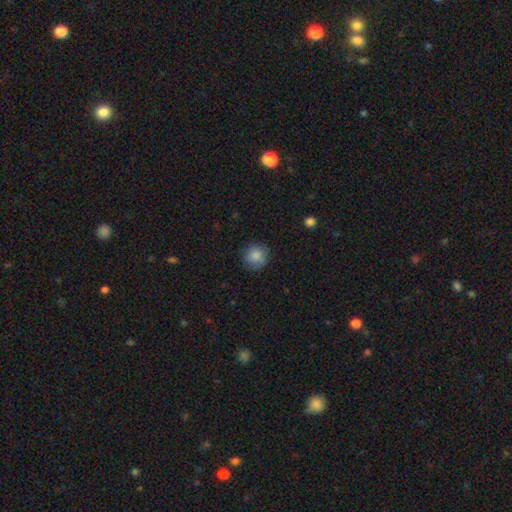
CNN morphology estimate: Overall: smooth (85%). How rounded: round (92%). Merging: none (84%).